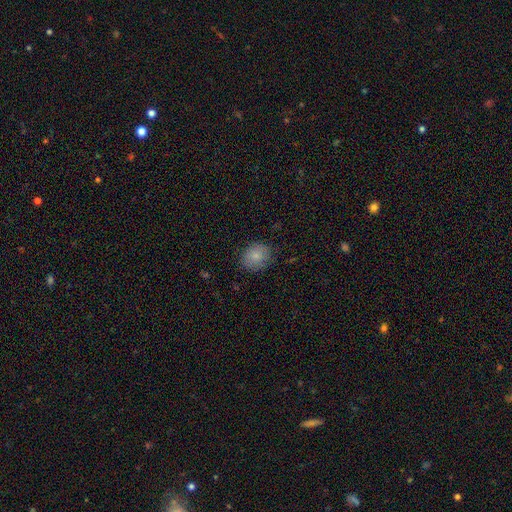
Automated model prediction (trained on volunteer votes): This is clearly a smooth galaxy (82%). How rounded: likely round (64%). Merging: likely none (78%).